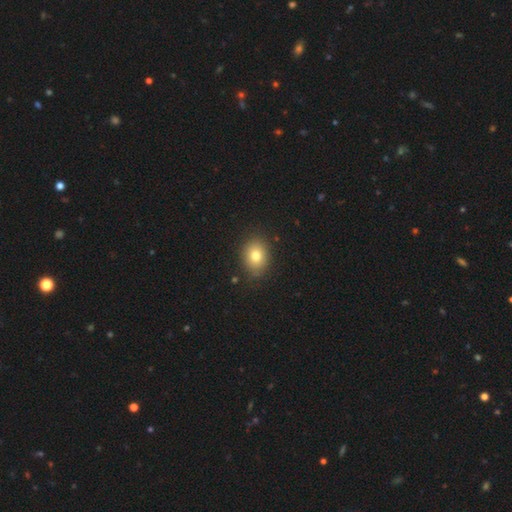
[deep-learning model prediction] The model was most divided on "how rounded": in between: 52%, round: 47%, cigar-shaped: 1%. More confident: merging — none (85%); smooth or featured — smooth (79%).